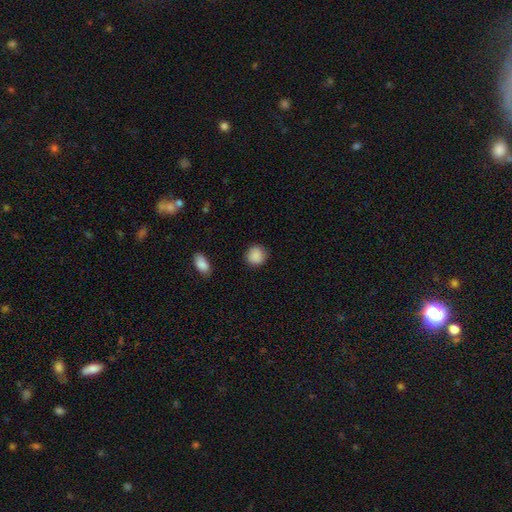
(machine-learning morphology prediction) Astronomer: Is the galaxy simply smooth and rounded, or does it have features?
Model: smooth — 89%.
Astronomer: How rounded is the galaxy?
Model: round — 87%.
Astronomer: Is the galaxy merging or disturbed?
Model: none — 87%.